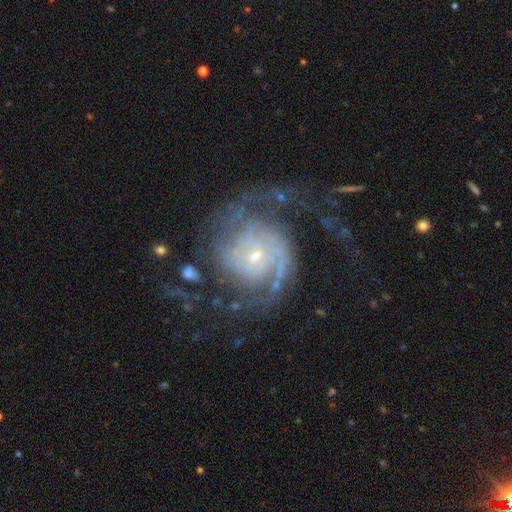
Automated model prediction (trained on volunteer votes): Overall: featured or disk (88%). Edge-on disk: no (98%). Bar: no (60%; weak 32%). Spiral arms: yes (96%). Spiral arm count: 2 (44%; can't tell 20%). Spiral winding: tight (45%; medium 39%). Bulge size: small (77%). Merging: none (56%; major disturbance 25%).